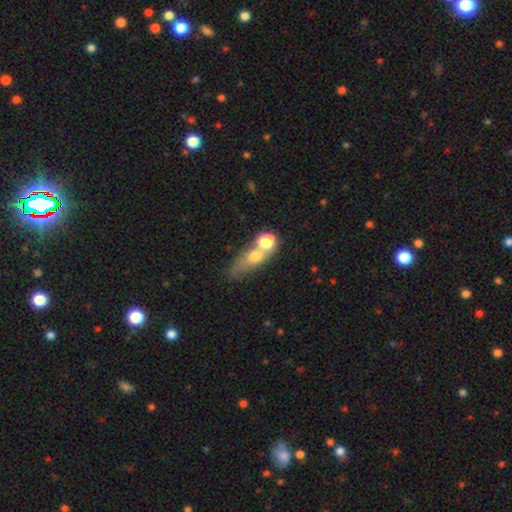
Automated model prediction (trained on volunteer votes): Morphology: type=smooth (61%); roundness=in between (51%); merging=merger (59%).